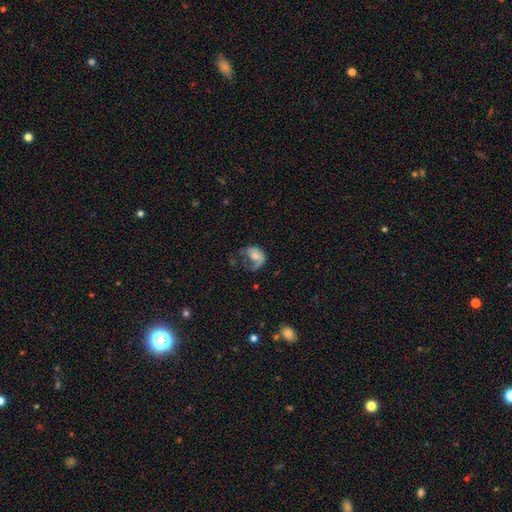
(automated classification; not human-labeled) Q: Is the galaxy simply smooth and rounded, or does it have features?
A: featured or disk — 50%.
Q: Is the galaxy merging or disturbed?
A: major disturbance — 54%.